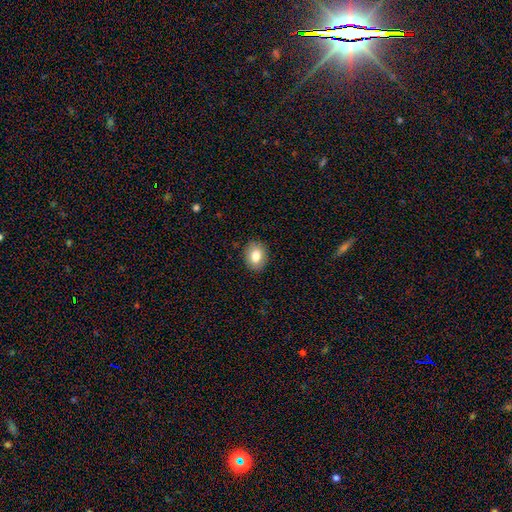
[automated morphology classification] Overall: smooth (81%). How rounded: in between (61%; round 38%). Merging: none (89%).